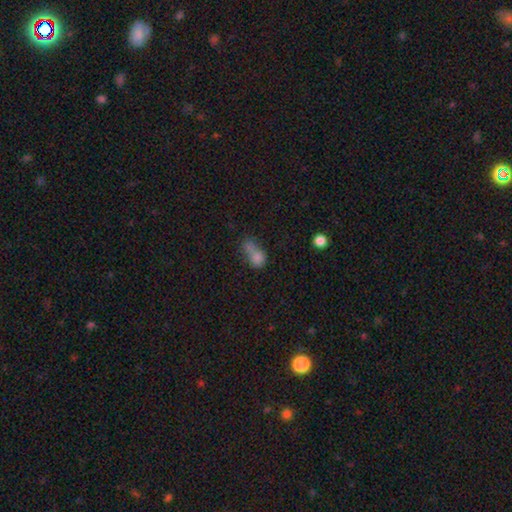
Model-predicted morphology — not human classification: Q: Smooth or featured?
A: smooth (75%); runner-up: star or artifact (12%)
Q: How rounded?
A: in between (64%); runner-up: round (32%)
Q: Merging?
A: merger (44%); runner-up: none (23%)